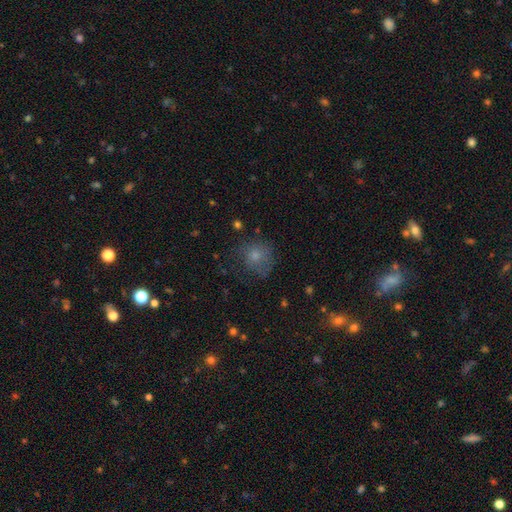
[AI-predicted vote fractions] smooth-or-featured: smooth: 73% | featured or disk: 14% | star or artifact: 13%
  how-rounded: round: 83% | in between: 16% | cigar-shaped: 1%
  merging: none: 59% | minor disturbance: 23% | major disturbance: 15% | merger: 2%